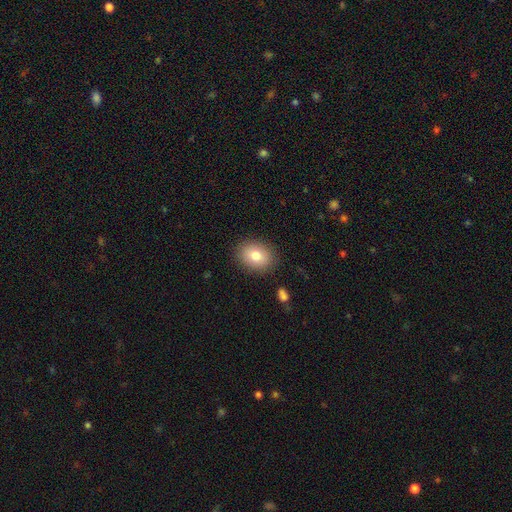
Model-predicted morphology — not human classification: Q: Smooth or featured?
A: smooth (80%); runner-up: featured or disk (11%)
Q: How rounded?
A: in between (62%); runner-up: round (37%)
Q: Merging?
A: none (86%); runner-up: minor disturbance (9%)